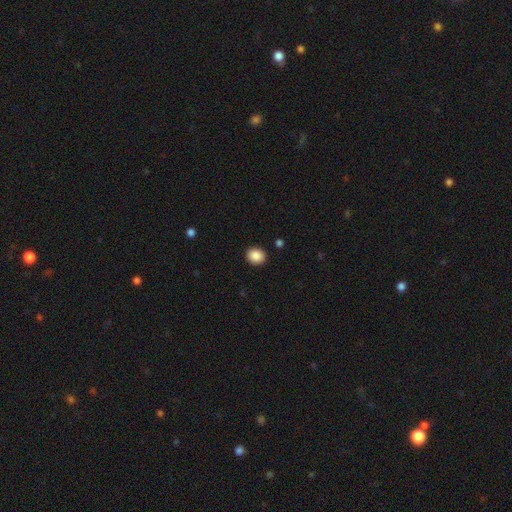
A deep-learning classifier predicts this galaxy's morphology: smooth 88%, star or artifact 8%, featured or disk 3%. Down the decision tree: how rounded — round (68%); merging — none (91%).